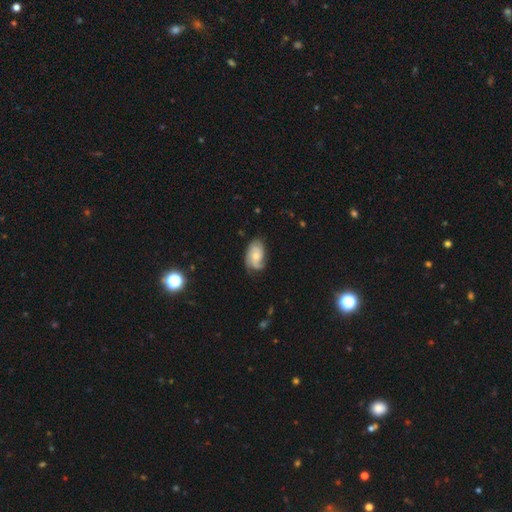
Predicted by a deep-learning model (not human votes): This is likely a featured or disk galaxy (63%). It is clearly not viewed edge-on (96%). Bar: likely no (74%). Spiral arm pattern: clearly yes (90%). Spiral arm count: marginally 2 (30%). Spiral winding: marginally tight (42%). Central bulge: possibly moderate (53%). Merging: likely none (62%).